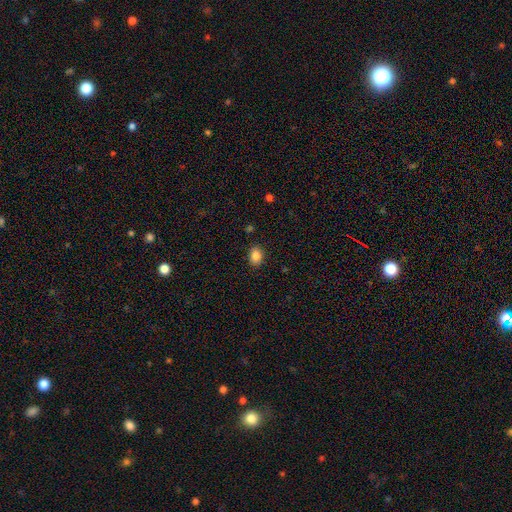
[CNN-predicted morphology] A smooth galaxy with no disk features (86%) that is in between round and cigar-shaped (71%).

Vote fractions:
- Smooth or featured? smooth: 86% / star or artifact: 9% / featured or disk: 5%
- How rounded? in between: 71% / round: 28% / cigar-shaped: 1%
- Merging? none: 88% / minor disturbance: 9% / major disturbance: 2% / merger: 1%